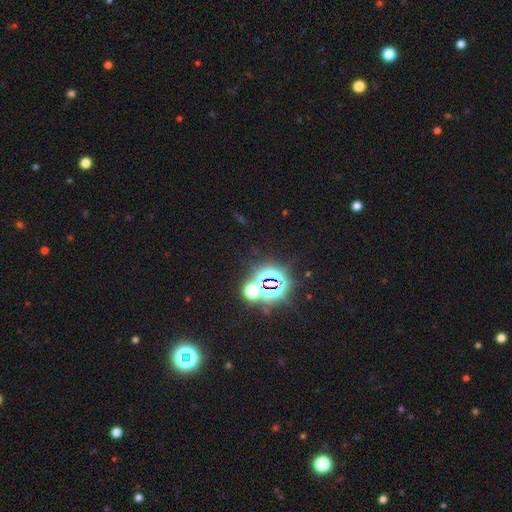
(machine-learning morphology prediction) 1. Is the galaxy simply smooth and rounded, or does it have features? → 81% star or artifact, 12% smooth, 7% featured or disk.